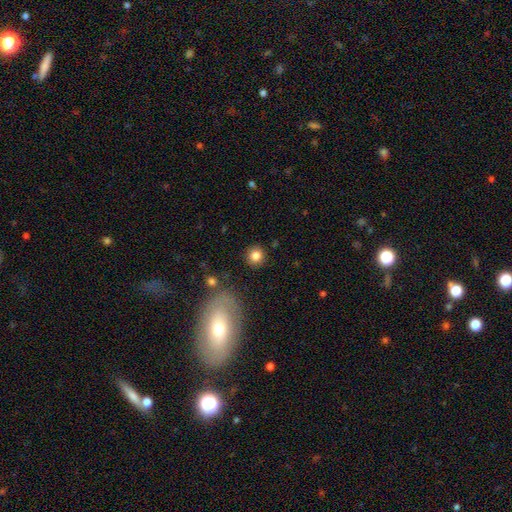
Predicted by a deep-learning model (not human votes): smooth_or_featured: smooth (p=0.82) [alt: star or artifact p=0.11]
how_rounded: round (p=0.93) [alt: in between p=0.06]
merging: none (p=0.90) [alt: minor disturbance p=0.06]